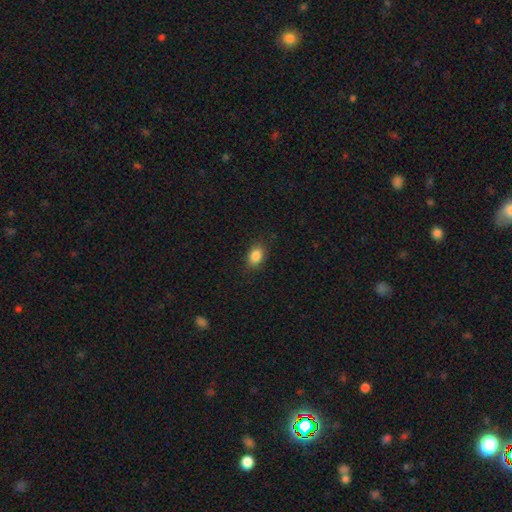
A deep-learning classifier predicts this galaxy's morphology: A smooth galaxy with no disk features (86%) that is in between round and cigar-shaped (77%).

Vote fractions:
- Smooth or featured? smooth: 86% / star or artifact: 9% / featured or disk: 5%
- How rounded? in between: 77% / round: 22% / cigar-shaped: 2%
- Merging? none: 85% / minor disturbance: 11% / major disturbance: 3% / merger: 1%